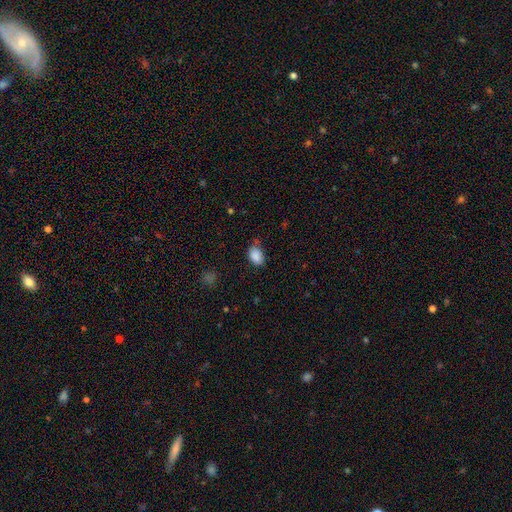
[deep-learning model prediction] Smooth or featured?
  - smooth: 87% *
  - star or artifact: 9%
  - featured or disk: 4%
How rounded?
  - in between: 82% *
  - round: 17%
  - cigar-shaped: 1%
Merging?
  - none: 64% *
  - minor disturbance: 27%
  - major disturbance: 6%
  - merger: 3%